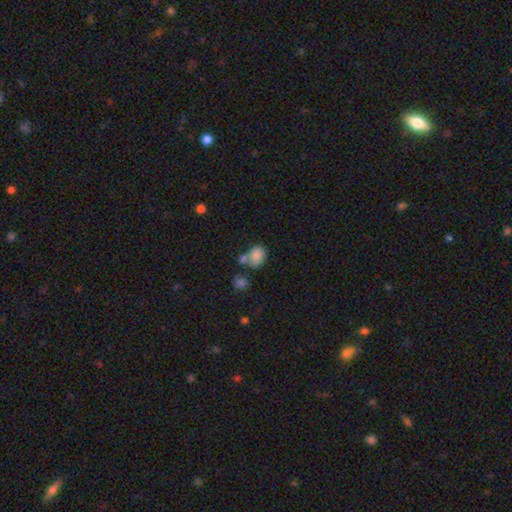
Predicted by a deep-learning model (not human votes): Smooth or featured?
  - smooth: 83% *
  - star or artifact: 9%
  - featured or disk: 8%
How rounded?
  - in between: 63% *
  - round: 36%
  - cigar-shaped: 1%
Merging?
  - none: 45% *
  - merger: 32%
  - minor disturbance: 17%
  - major disturbance: 6%